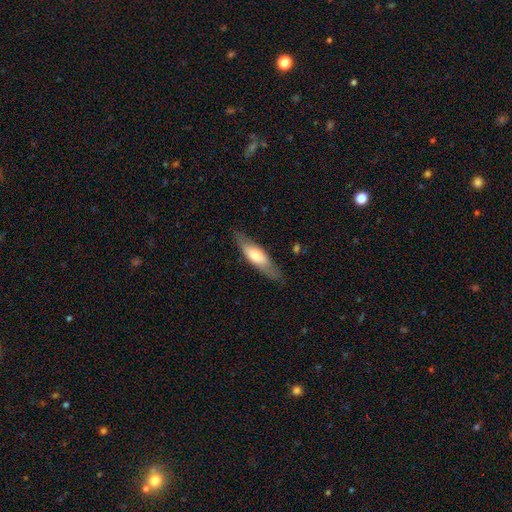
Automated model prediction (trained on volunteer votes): Morphology: type=smooth (58%); roundness=cigar-shaped (56%); merging=none (82%).